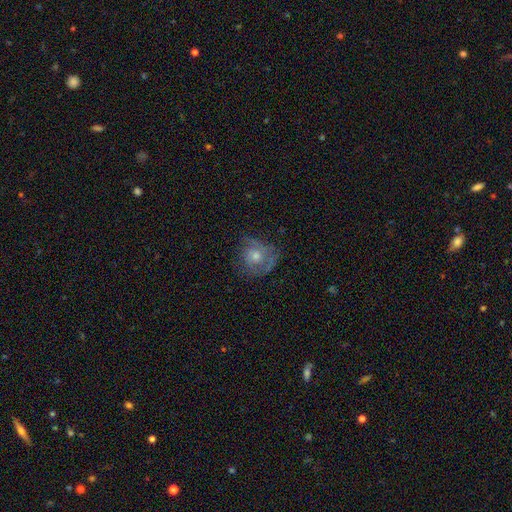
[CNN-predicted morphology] This appears to be a featured or disk galaxy (53%) with no bar (83%), spiral arms (66%) and a moderate central bulge (58%). Merging: none (60%).